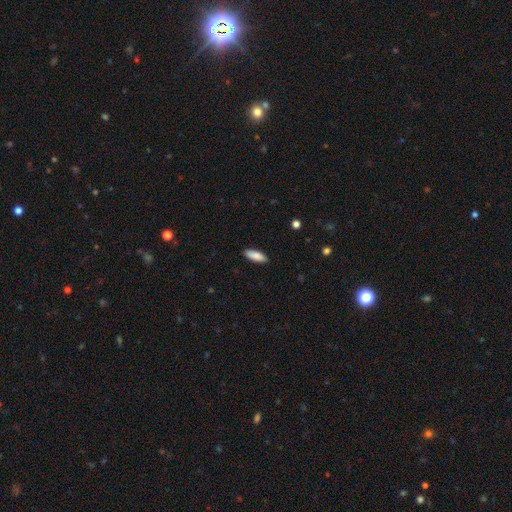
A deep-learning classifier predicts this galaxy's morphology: This is clearly a smooth galaxy (88%). How rounded: likely in between (66%). Merging: clearly none (89%).